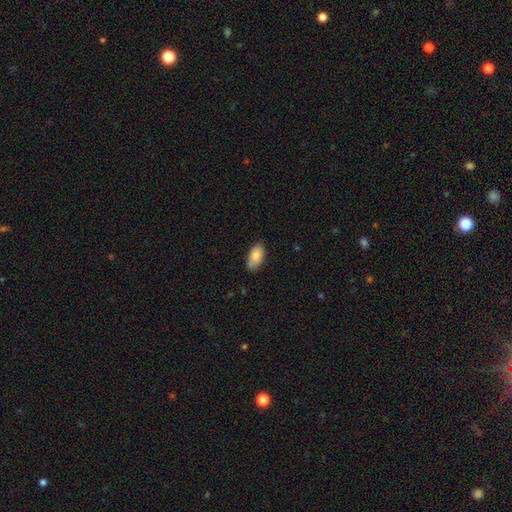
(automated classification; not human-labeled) smooth-or-featured: smooth: 84% | featured or disk: 10% | star or artifact: 7%
  how-rounded: in between: 94% | round: 3% | cigar-shaped: 3%
  merging: none: 76% | minor disturbance: 19% | major disturbance: 3% | merger: 3%